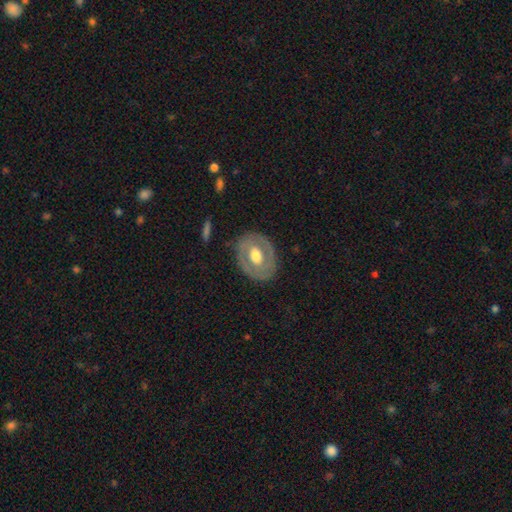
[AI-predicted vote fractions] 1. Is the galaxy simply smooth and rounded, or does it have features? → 60% featured or disk, 34% smooth, 5% star or artifact.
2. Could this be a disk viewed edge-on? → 94% no, 6% yes.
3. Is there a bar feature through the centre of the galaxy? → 63% no, 27% weak, 10% strong.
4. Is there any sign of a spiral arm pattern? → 69% no, 31% yes.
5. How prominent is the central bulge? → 62% moderate, 29% large, 6% small, 2% dominant, 1% none.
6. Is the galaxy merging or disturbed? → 81% none, 13% minor disturbance, 5% major disturbance, 1% merger.